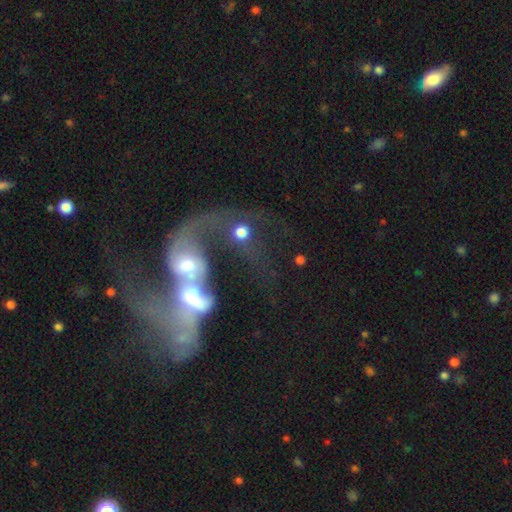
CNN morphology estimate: Smooth or featured: featured or disk — 77% (smooth — 14%)
Edge-on disk: no — 96% (yes — 4%)
Bar: no — 58% (weak — 29%)
Spiral arms: yes — 77% (no — 23%)
Spiral winding: loose — 72% (medium — 22%)
Spiral arm count: 2 — 56% (1 — 24%)
Bulge size: moderate — 53% (small — 25%)
Merging: merger — 81% (major disturbance — 11%)